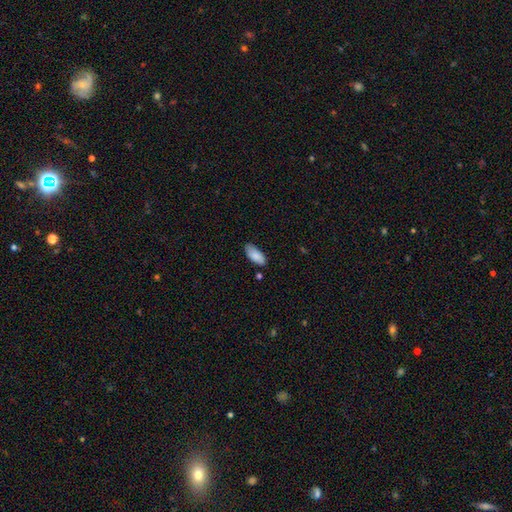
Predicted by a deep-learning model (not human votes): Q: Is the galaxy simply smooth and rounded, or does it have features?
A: smooth — 87%.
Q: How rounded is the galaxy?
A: in between — 88%.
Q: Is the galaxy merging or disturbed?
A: none — 78%.